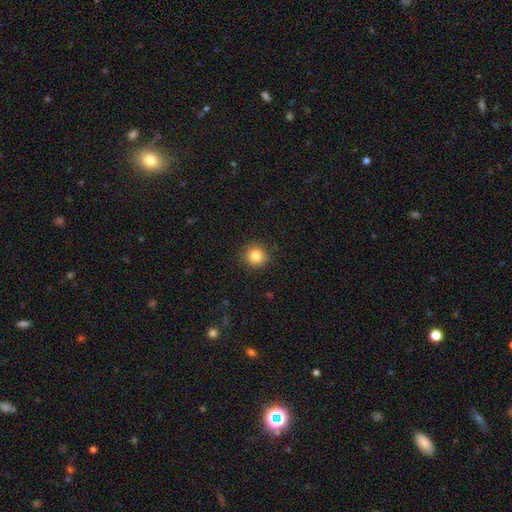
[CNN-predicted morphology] This appears to be a smooth galaxy with no disk features (83%) that is round (93%). Merging: none (91%).